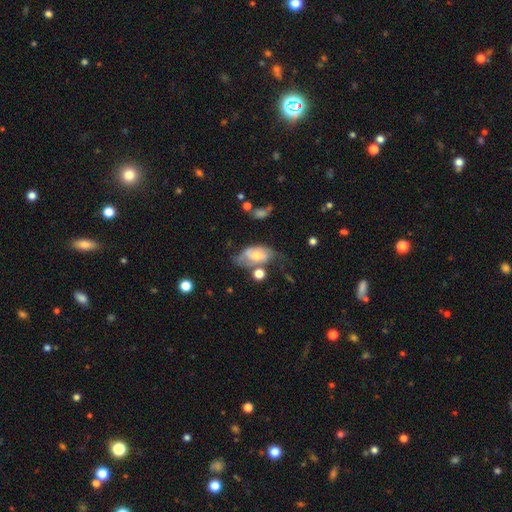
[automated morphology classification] smooth_or_featured: featured or disk (p=0.55) [alt: smooth p=0.38]
disk_edge_on: no (p=0.92) [alt: yes p=0.08]
bar: no (p=0.62) [alt: weak p=0.30]
has_spiral_arms: yes (p=0.69) [alt: no p=0.31]
bulge_size: moderate (p=0.59) [alt: small p=0.26]
merging: none (p=0.34) [alt: minor disturbance p=0.28]